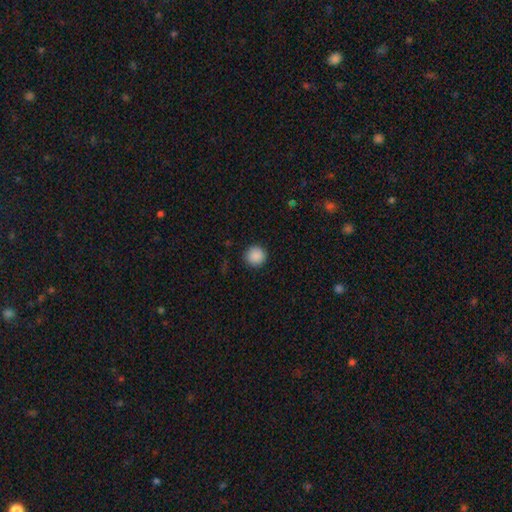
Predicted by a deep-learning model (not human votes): A smooth galaxy with no disk features (89%) that is round (95%).

Vote fractions:
- Smooth or featured? smooth: 89% / star or artifact: 9% / featured or disk: 2%
- How rounded? round: 95% / in between: 4% / cigar-shaped: 1%
- Merging? none: 92% / minor disturbance: 5% / major disturbance: 2% / merger: 1%